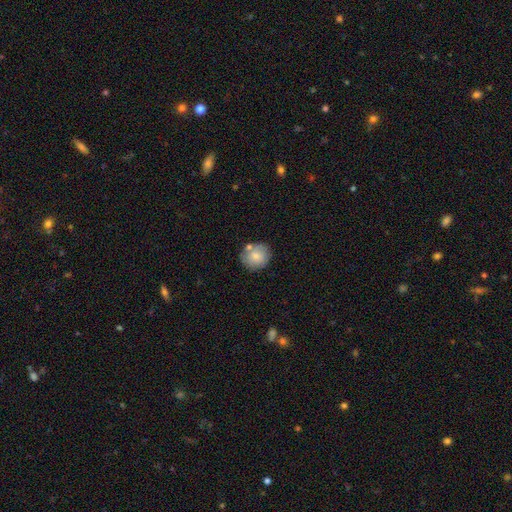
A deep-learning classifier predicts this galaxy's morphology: Q: Smooth or featured?
A: smooth (79%); runner-up: featured or disk (13%)
Q: How rounded?
A: round (84%); runner-up: in between (15%)
Q: Merging?
A: none (70%); runner-up: minor disturbance (16%)